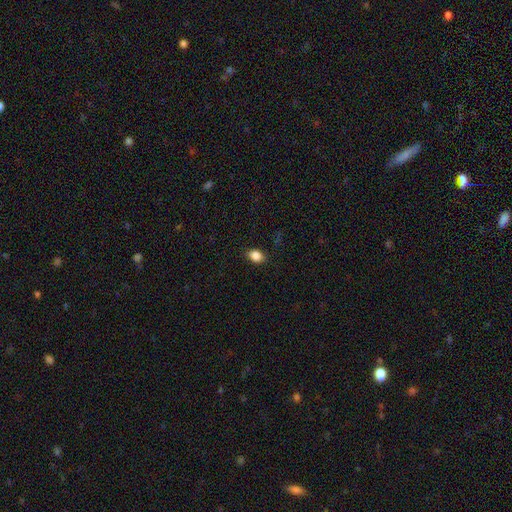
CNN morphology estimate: smooth_or_featured: smooth (p=0.86) [alt: star or artifact p=0.10]
how_rounded: in between (p=0.71) [alt: round p=0.28]
merging: none (p=0.85) [alt: minor disturbance p=0.11]